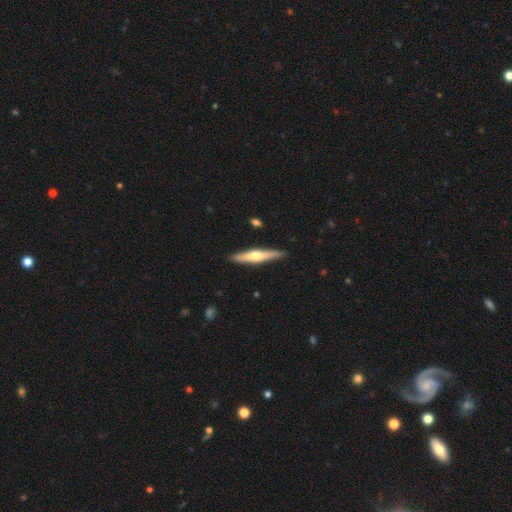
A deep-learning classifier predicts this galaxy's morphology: A featured or disk galaxy (57%) viewed edge-on (96%) with a rounded central bulge (87%).

Vote fractions:
- Smooth or featured? featured or disk: 57% / smooth: 38% / star or artifact: 5%
- Edge-on disk? yes: 96% / no: 4%
- Edge-on bulge? rounded: 87% / boxy: 7% / none: 6%
- Merging? none: 89% / minor disturbance: 8% / major disturbance: 2% / merger: 1%